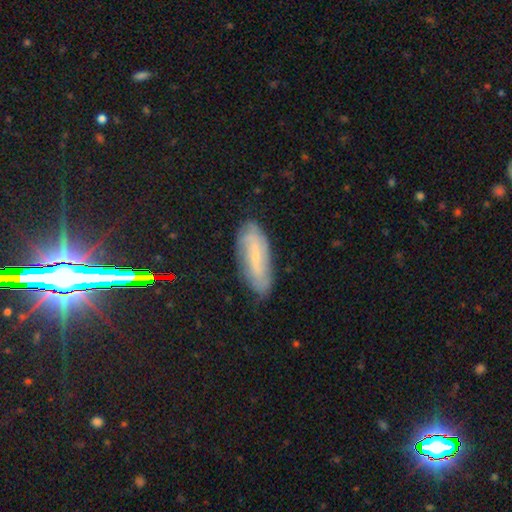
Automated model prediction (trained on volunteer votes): Overall: featured or disk (52%; smooth 37%). Edge-on disk: no (79%). Merging: none (77%).